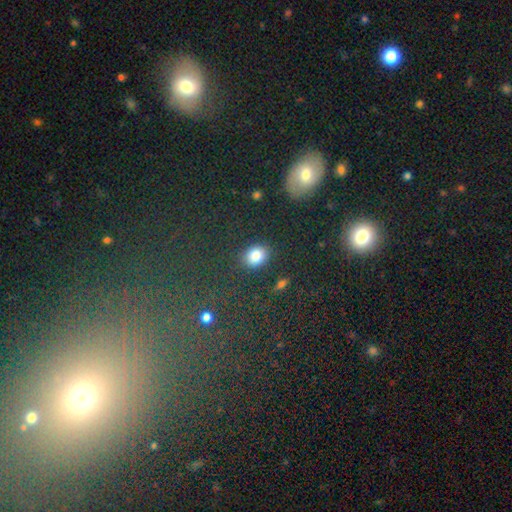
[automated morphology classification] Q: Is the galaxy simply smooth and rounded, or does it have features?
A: smooth — 82%.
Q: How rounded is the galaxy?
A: in between — 54%.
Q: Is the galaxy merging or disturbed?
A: none — 84%.